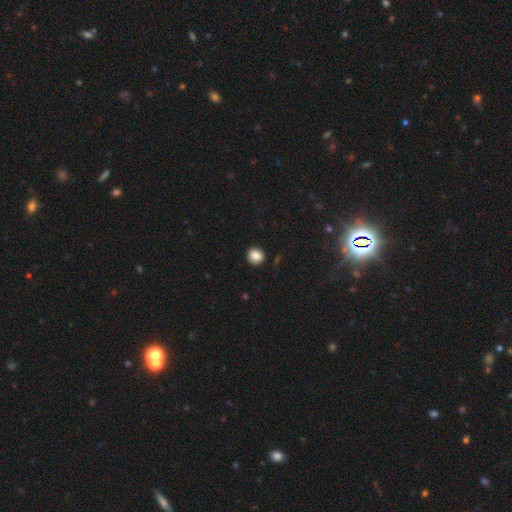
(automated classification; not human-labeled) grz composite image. It shows a smooth galaxy with no disk features (86%) that is round (85%). Merging: none (87%).